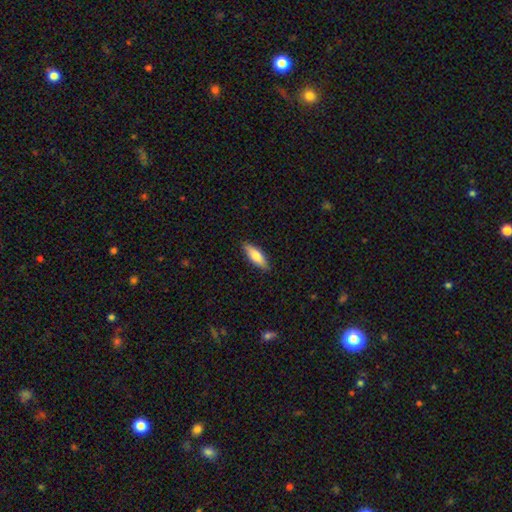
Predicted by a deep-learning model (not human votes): Smooth or featured?
  - smooth: 76% *
  - featured or disk: 18%
  - star or artifact: 6%
How rounded?
  - in between: 55% *
  - cigar-shaped: 43%
  - round: 2%
Merging?
  - none: 88% *
  - minor disturbance: 9%
  - major disturbance: 2%
  - merger: 1%